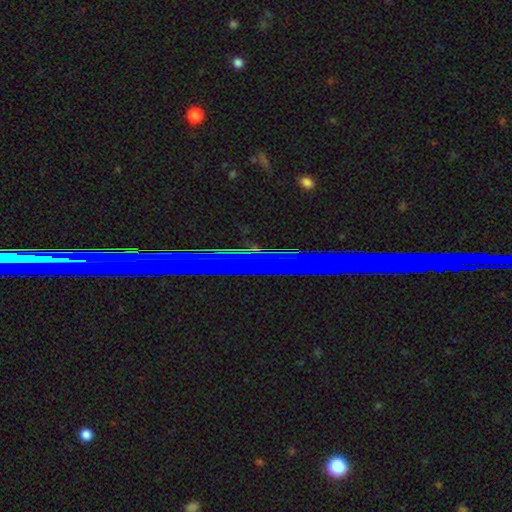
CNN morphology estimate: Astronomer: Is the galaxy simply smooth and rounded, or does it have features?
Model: star or artifact — 78%.